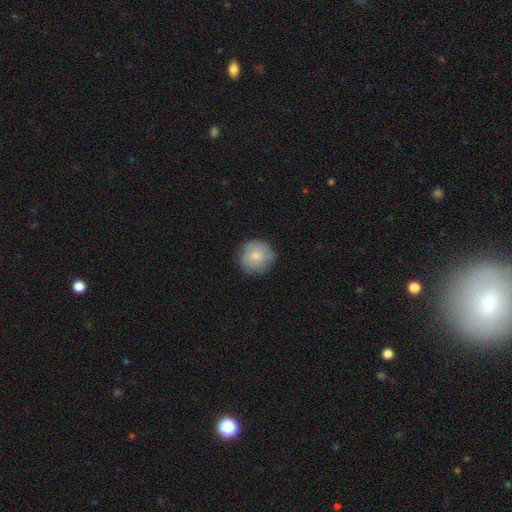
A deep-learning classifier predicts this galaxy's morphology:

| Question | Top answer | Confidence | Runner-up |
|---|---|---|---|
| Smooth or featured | smooth | 75% | featured or disk (18%) |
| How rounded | round | 94% | in between (5%) |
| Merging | none | 83% | minor disturbance (13%) |